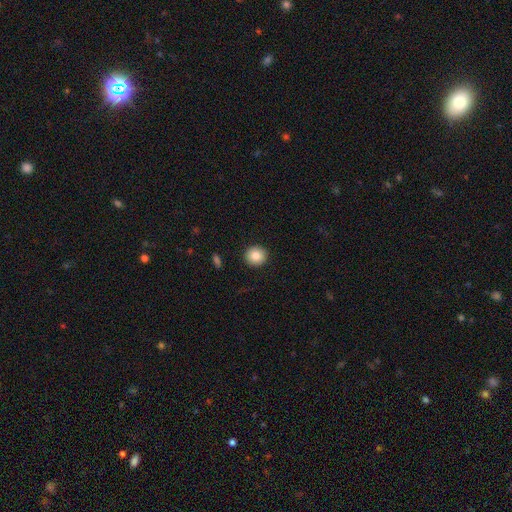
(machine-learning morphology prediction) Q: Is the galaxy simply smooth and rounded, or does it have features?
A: smooth — 85%.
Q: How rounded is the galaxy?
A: round — 92%.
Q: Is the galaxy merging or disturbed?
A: none — 92%.